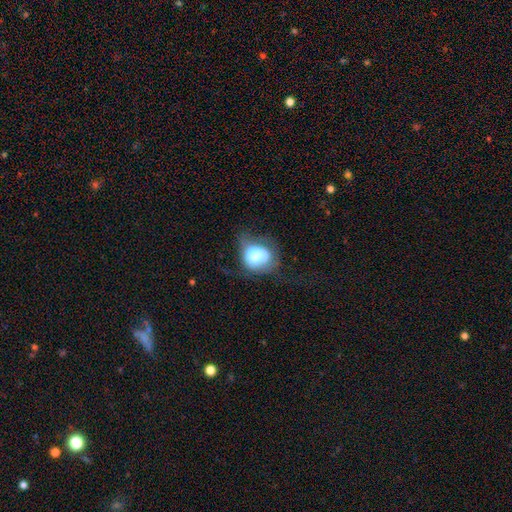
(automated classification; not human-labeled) Smooth or featured?
  - smooth: 55% *
  - featured or disk: 35%
  - star or artifact: 10%
How rounded?
  - round: 56% *
  - in between: 43%
  - cigar-shaped: 1%
Merging?
  - none: 33% *
  - minor disturbance: 31%
  - major disturbance: 31%
  - merger: 5%